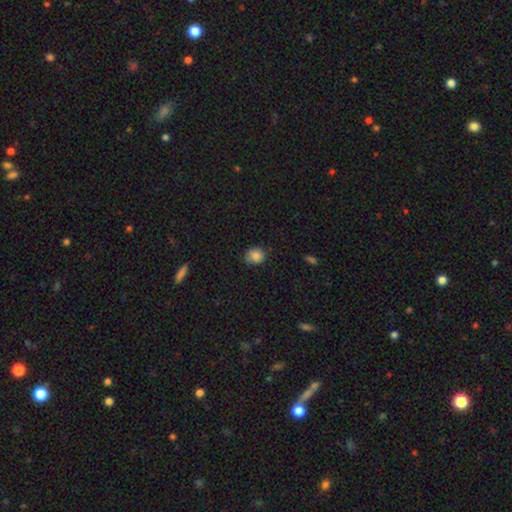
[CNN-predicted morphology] This appears to be a smooth galaxy with no disk features (84%) that is round (62%). Merging: none (77%).